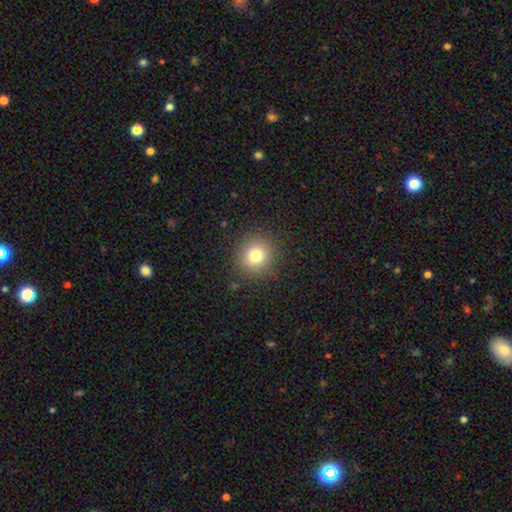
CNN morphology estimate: smooth 78%, star or artifact 13%, featured or disk 9%. Down the decision tree: how rounded — round (91%); merging — none (88%).